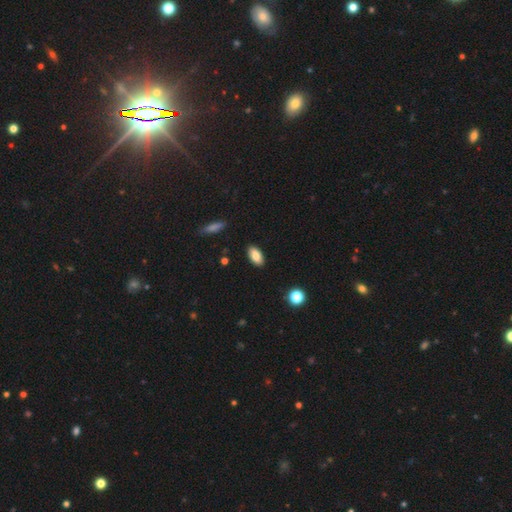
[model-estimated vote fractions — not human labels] Smooth or featured? Predicted: smooth (p=0.85). How rounded? Predicted: in between (p=0.91). Merging? Predicted: none (p=0.89).